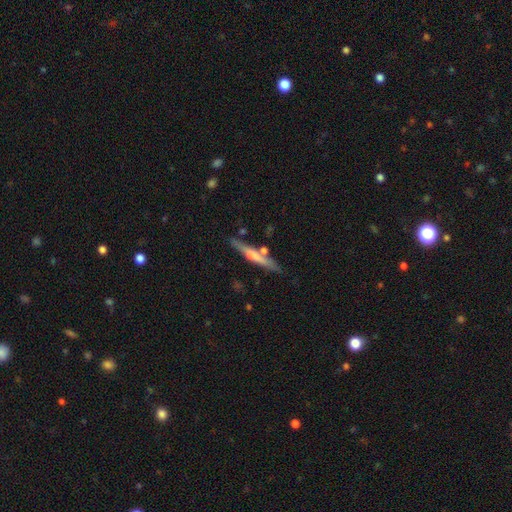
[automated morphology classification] A featured or disk galaxy (53%) viewed edge-on (95%) with a rounded central bulge (49%). Merging: none (79%).